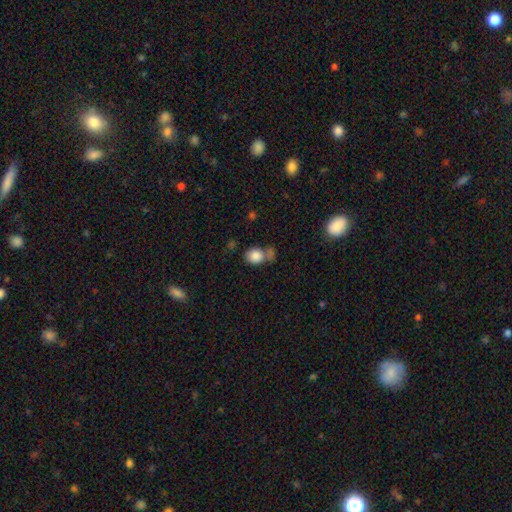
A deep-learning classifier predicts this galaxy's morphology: Smooth or featured: smooth — 84% (star or artifact — 9%)
How rounded: round — 64% (in between — 35%)
Merging: none — 47% (merger — 31%)